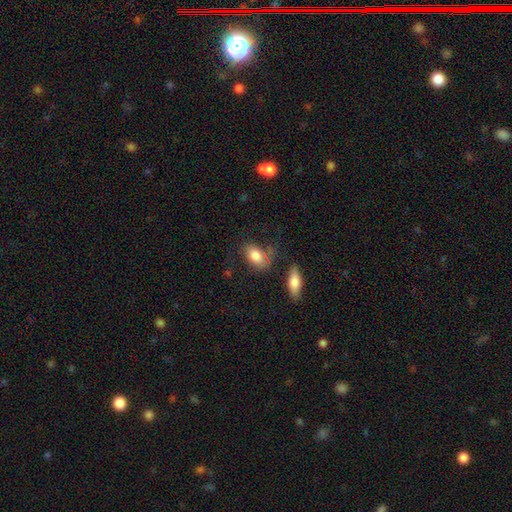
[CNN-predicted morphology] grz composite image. It shows a smooth galaxy with no disk features (83%) that is in between round and cigar-shaped (88%). Merging: none (56%).